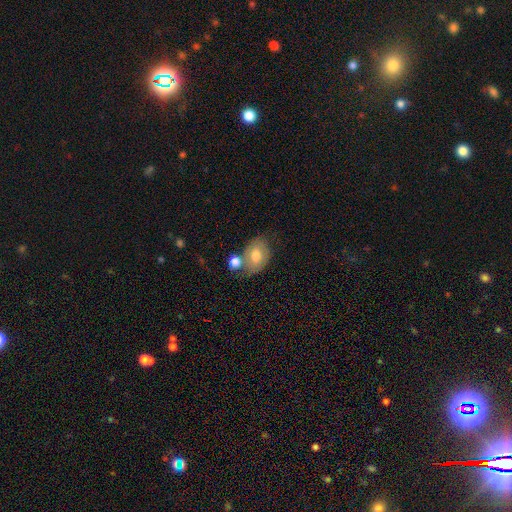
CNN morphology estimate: smooth_or_featured: smooth (p=0.65) [alt: featured or disk p=0.27]
how_rounded: in between (p=0.77) [alt: round p=0.22]
merging: none (p=0.52) [alt: merger p=0.24]